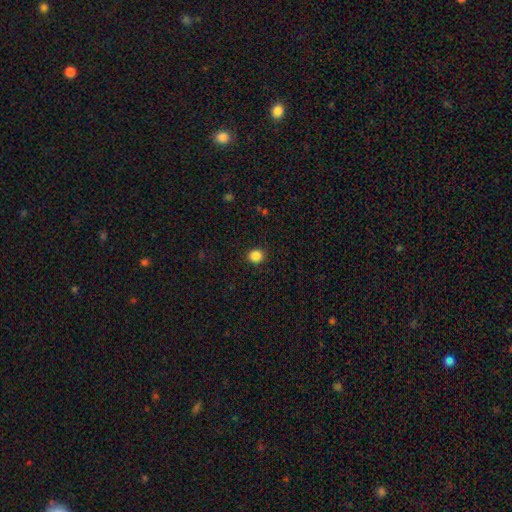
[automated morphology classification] Q: Smooth or featured?
A: smooth (87%); runner-up: star or artifact (10%)
Q: How rounded?
A: round (78%); runner-up: in between (21%)
Q: Merging?
A: none (91%); runner-up: minor disturbance (6%)